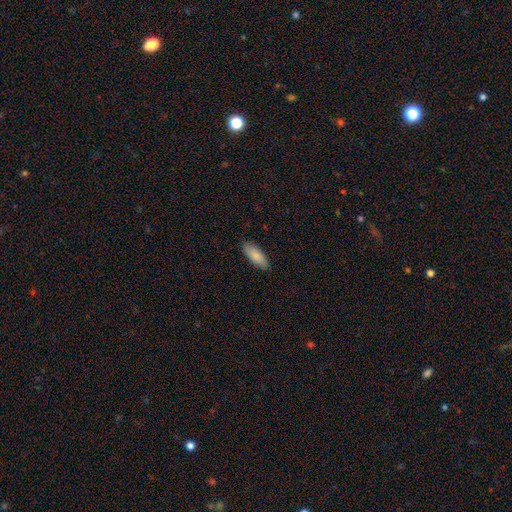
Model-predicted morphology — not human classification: A smooth galaxy with no disk features (85%) that is in between round and cigar-shaped (71%).

Vote fractions:
- Smooth or featured? smooth: 85% / featured or disk: 9% / star or artifact: 5%
- How rounded? in between: 71% / cigar-shaped: 28% / round: 2%
- Merging? none: 86% / minor disturbance: 11% / major disturbance: 2% / merger: 1%